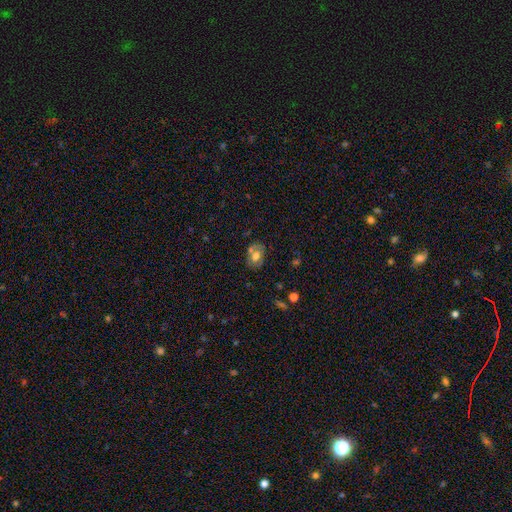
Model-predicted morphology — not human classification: Smooth or featured? smooth (54%)
How rounded? in between (69%)
Merging? none (60%)